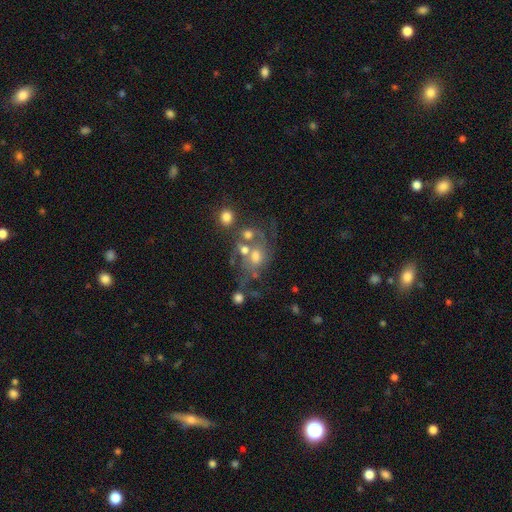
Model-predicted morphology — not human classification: This is possibly a featured or disk galaxy (51%). It is clearly not viewed edge-on (96%). Merging: marginally none (31%).